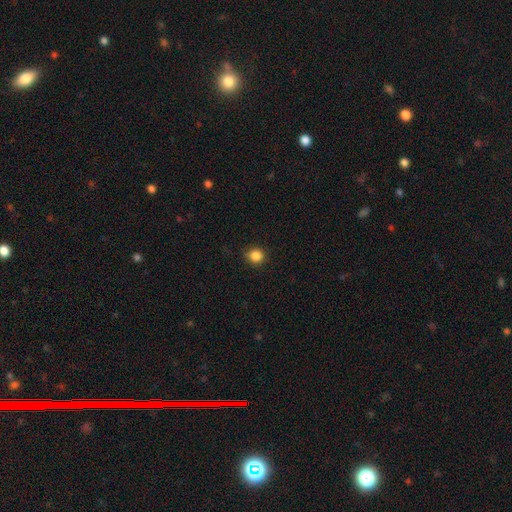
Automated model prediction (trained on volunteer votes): Smooth or featured? Predicted: smooth (p=0.86). How rounded? Predicted: round (p=0.90). Merging? Predicted: none (p=0.88).